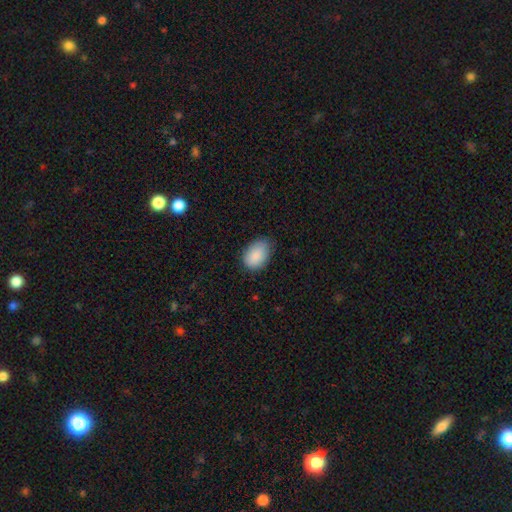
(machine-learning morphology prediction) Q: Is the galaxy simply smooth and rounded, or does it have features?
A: smooth — 89%.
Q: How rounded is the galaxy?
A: in between — 86%.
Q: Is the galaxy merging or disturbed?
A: none — 72%.